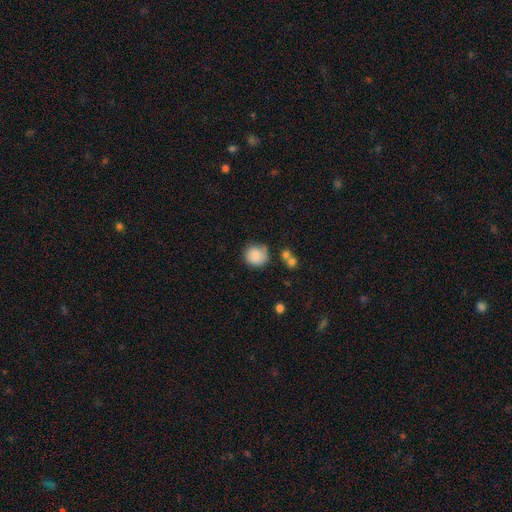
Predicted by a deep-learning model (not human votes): smooth_or_featured: smooth (p=0.83) [alt: featured or disk p=0.09]
how_rounded: round (p=0.89) [alt: in between p=0.10]
merging: none (p=0.69) [alt: minor disturbance p=0.19]